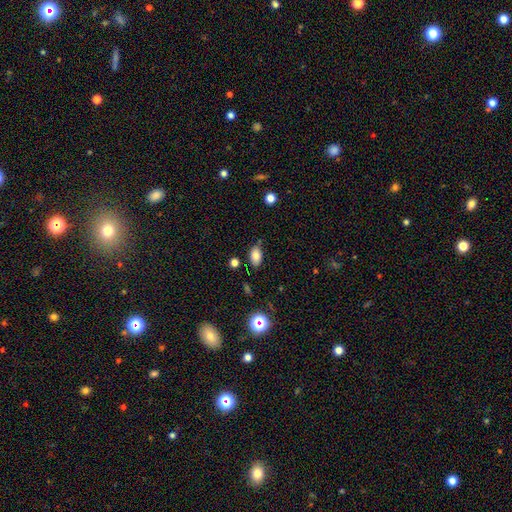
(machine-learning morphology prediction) Smooth or featured? Predicted: smooth (p=0.80). How rounded? Predicted: in between (p=0.90). Merging? Predicted: none (p=0.78).